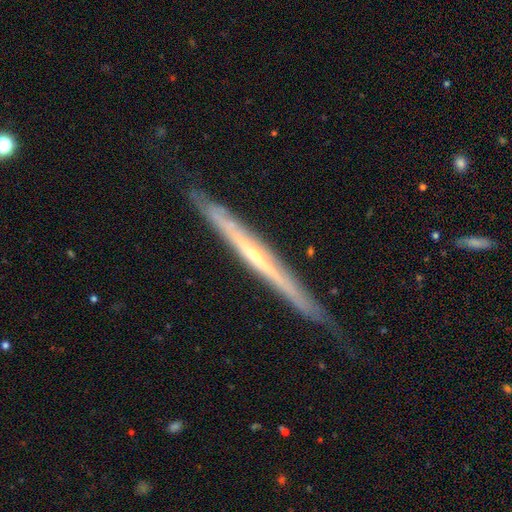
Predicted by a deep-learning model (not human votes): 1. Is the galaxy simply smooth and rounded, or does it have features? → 81% featured or disk, 13% smooth, 5% star or artifact.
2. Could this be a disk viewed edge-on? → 94% yes, 6% no.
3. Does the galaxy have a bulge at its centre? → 61% rounded, 36% none, 3% boxy.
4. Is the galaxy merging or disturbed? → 78% none, 18% minor disturbance, 3% major disturbance, 1% merger.